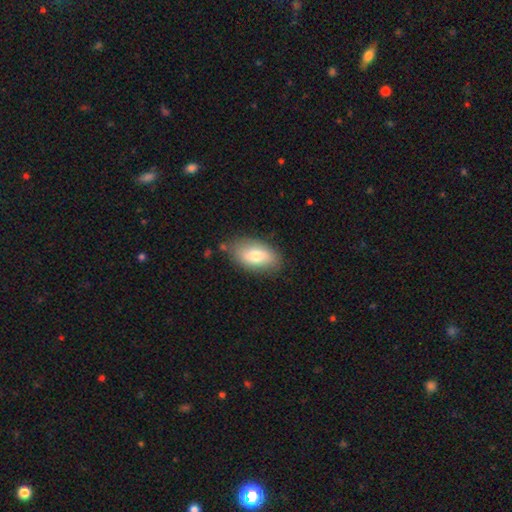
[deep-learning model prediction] A smooth galaxy with no disk features (75%) that is in between round and cigar-shaped (93%).

Vote fractions:
- Smooth or featured? smooth: 75% / featured or disk: 19% / star or artifact: 6%
- How rounded? in between: 93% / round: 4% / cigar-shaped: 3%
- Merging? none: 77% / minor disturbance: 16% / major disturbance: 3% / merger: 3%